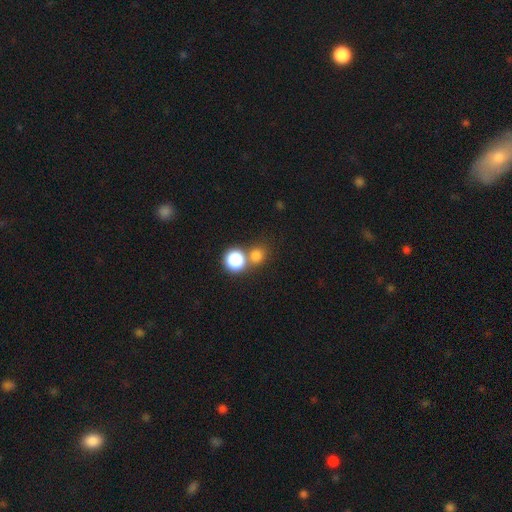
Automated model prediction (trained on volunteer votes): smooth_or_featured: smooth (p=0.75) [alt: star or artifact p=0.19]
how_rounded: round (p=0.85) [alt: in between p=0.14]
merging: none (p=0.59) [alt: merger p=0.31]